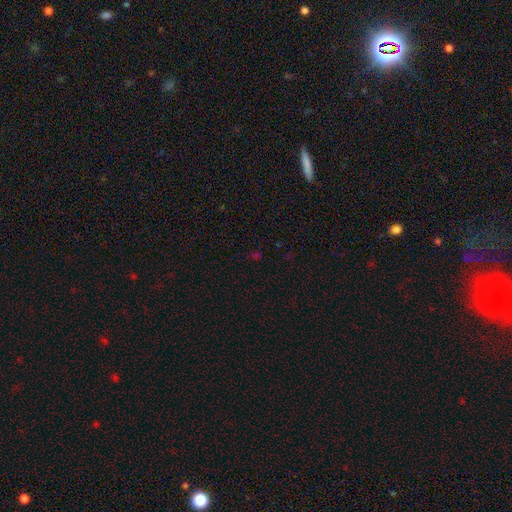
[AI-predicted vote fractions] A star or artifact, not a galaxy (60%).

Vote fractions:
- Smooth or featured? star or artifact: 60% / smooth: 33% / featured or disk: 7%